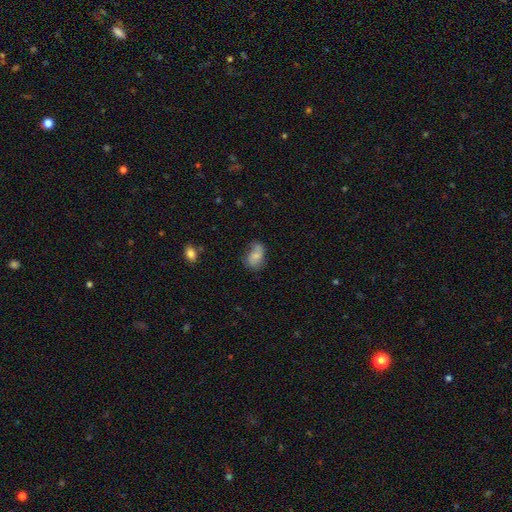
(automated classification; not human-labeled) Smooth or featured?
  - smooth: 58% *
  - featured or disk: 33%
  - star or artifact: 9%
How rounded?
  - in between: 85% *
  - round: 13%
  - cigar-shaped: 2%
Merging?
  - none: 56% *
  - minor disturbance: 31%
  - major disturbance: 11%
  - merger: 3%